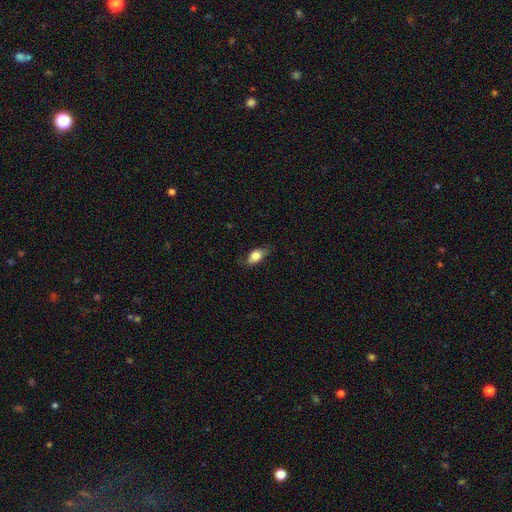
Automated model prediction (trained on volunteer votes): Q: Smooth or featured?
A: smooth (75%); runner-up: featured or disk (18%)
Q: How rounded?
A: in between (82%); runner-up: round (9%)
Q: Merging?
A: none (70%); runner-up: minor disturbance (23%)